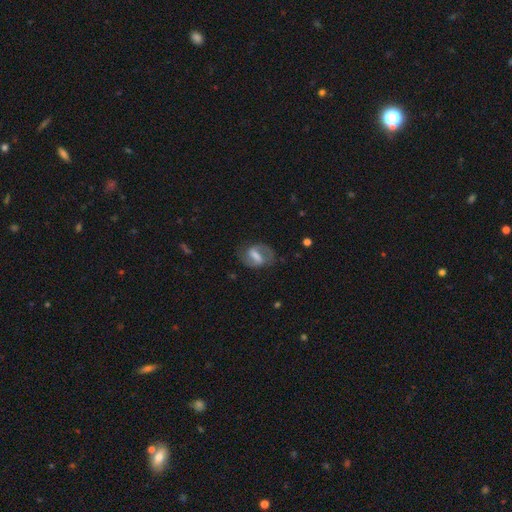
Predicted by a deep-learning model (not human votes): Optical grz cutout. It shows a featured or disk galaxy (71%) with a strong bar (56%), 2 (85%) medium (49%) spiral arms (84%) and a moderate central bulge (33%). Merging: none (71%).